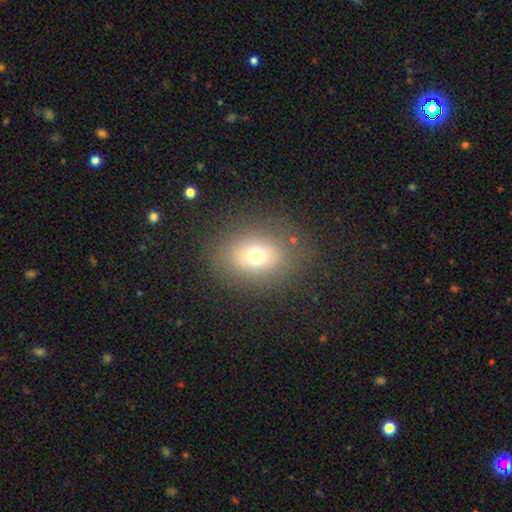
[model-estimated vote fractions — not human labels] The model was most divided on "how rounded": in between: 56%, round: 43%, cigar-shaped: 1%. More confident: merging — none (79%); smooth or featured — smooth (70%).